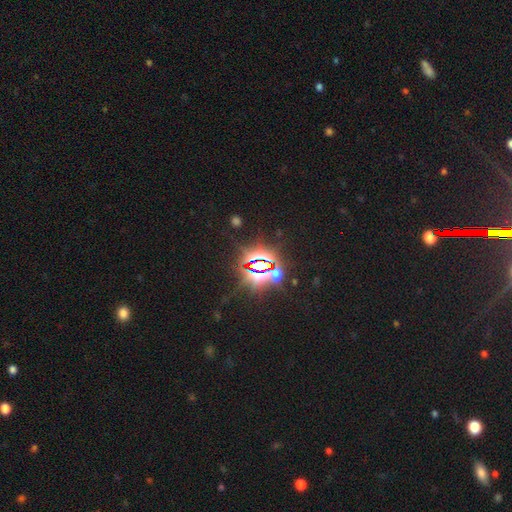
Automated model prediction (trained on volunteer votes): This is clearly a star or artifact rather than a galaxy (83%).